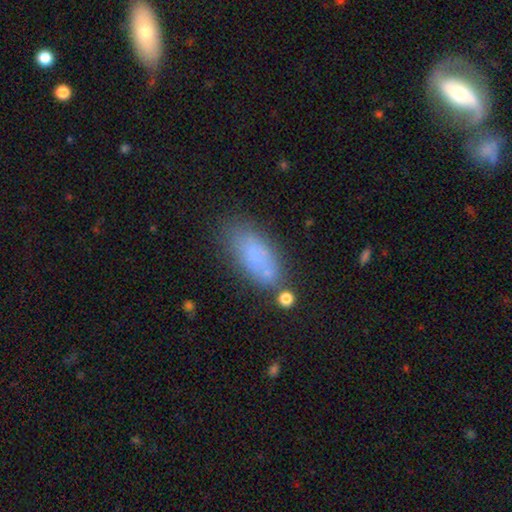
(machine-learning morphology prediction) Smooth or featured? smooth (74%)
How rounded? in between (80%)
Merging? none (60%)